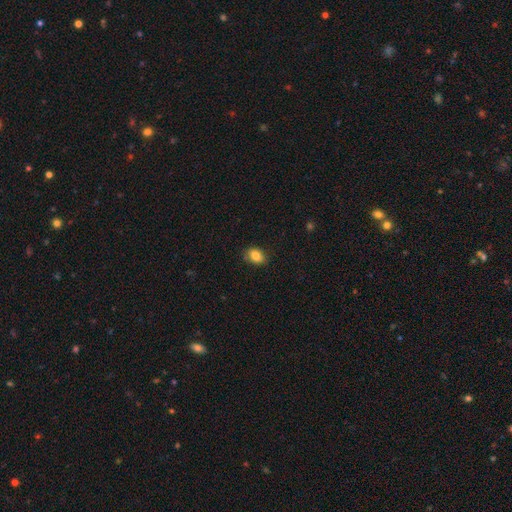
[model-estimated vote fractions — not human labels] smooth-or-featured: smooth: 84% | star or artifact: 9% | featured or disk: 7%
  how-rounded: in between: 77% | round: 22% | cigar-shaped: 1%
  merging: none: 82% | minor disturbance: 14% | major disturbance: 3% | merger: 1%